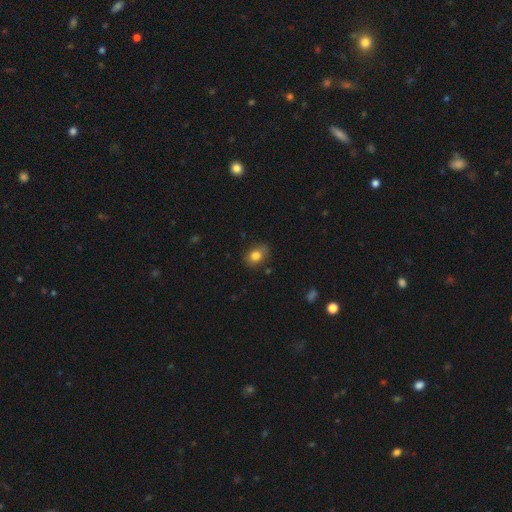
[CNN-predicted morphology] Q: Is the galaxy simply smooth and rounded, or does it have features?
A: smooth — 81%.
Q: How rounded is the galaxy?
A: in between — 66%.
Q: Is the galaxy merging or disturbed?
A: none — 79%.